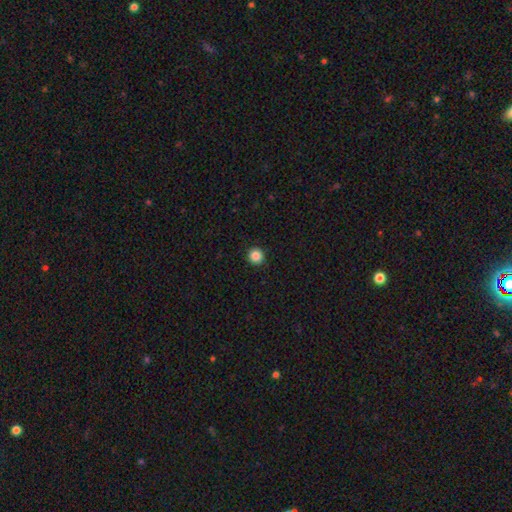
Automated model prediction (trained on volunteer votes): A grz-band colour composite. It shows a smooth galaxy with no disk features (86%) that is round (96%). Merging: none (94%).